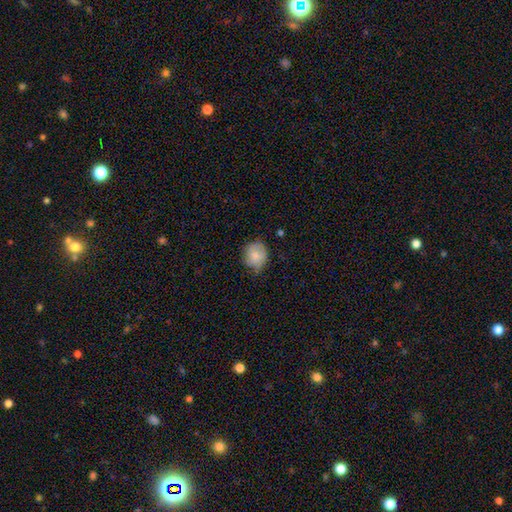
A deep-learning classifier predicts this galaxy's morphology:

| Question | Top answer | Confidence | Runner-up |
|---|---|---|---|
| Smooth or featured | smooth | 78% | featured or disk (15%) |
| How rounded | round | 70% | in between (29%) |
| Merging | none | 54% | minor disturbance (37%) |